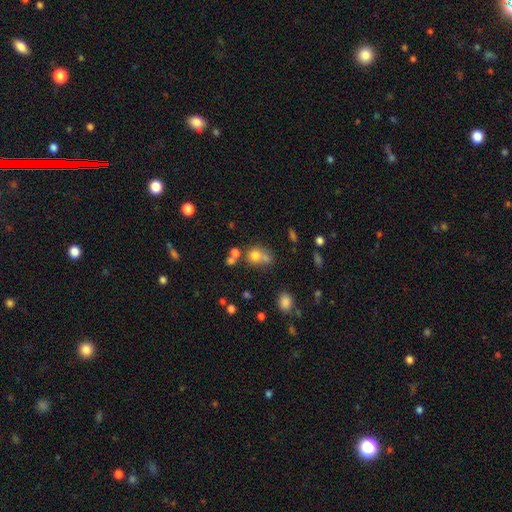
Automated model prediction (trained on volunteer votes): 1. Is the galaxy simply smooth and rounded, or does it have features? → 72% smooth, 14% star or artifact, 13% featured or disk.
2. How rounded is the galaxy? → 70% round, 29% in between, 1% cigar-shaped.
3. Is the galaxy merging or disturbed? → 44% merger, 38% none, 11% minor disturbance, 7% major disturbance.